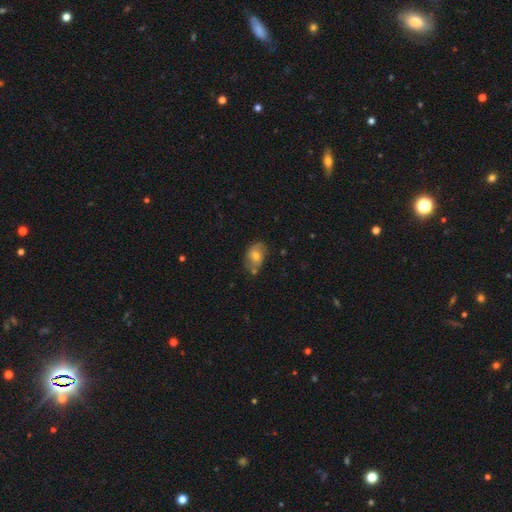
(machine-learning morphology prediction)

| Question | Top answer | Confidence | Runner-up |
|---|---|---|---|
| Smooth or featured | smooth | 54% | featured or disk (37%) |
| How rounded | in between | 75% | round (23%) |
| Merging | none | 61% | minor disturbance (25%) |